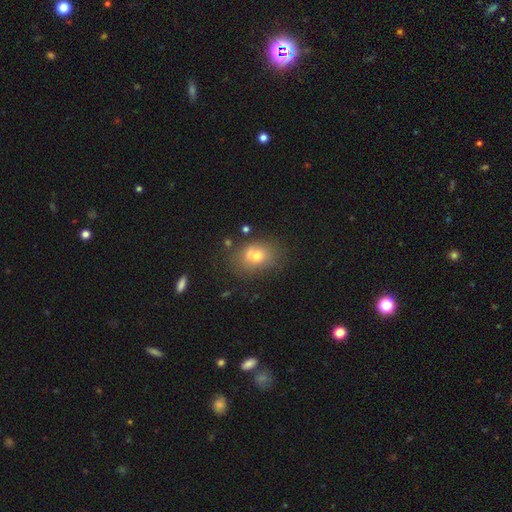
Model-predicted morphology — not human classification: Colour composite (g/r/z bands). It shows a smooth galaxy with no disk features (68%) that is in between round and cigar-shaped (54%). Merging: none (62%).